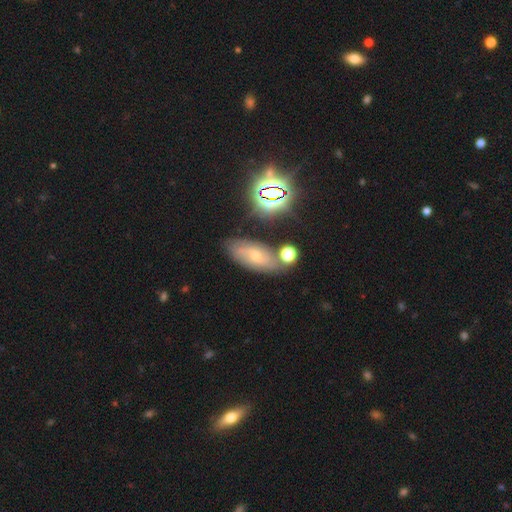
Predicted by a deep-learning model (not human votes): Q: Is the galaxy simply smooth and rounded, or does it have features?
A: featured or disk — 47%.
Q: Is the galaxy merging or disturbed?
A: none — 70%.